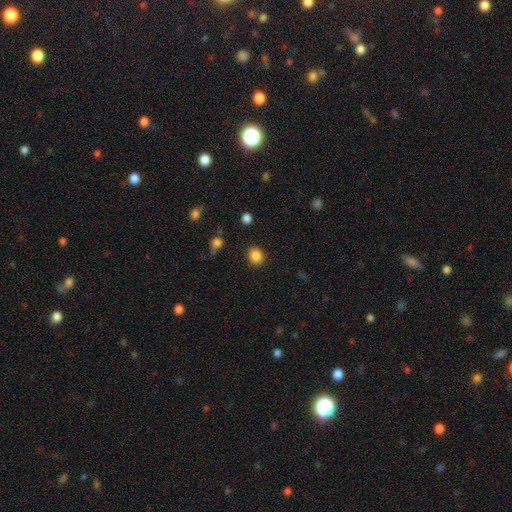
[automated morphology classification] Overall: smooth (86%). How rounded: round (71%). Merging: none (87%).